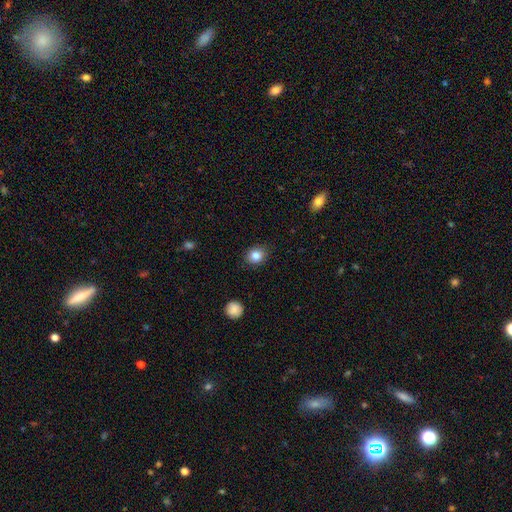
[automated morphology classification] A smooth galaxy with no disk features (83%) that is round (68%). Merging: none (87%).